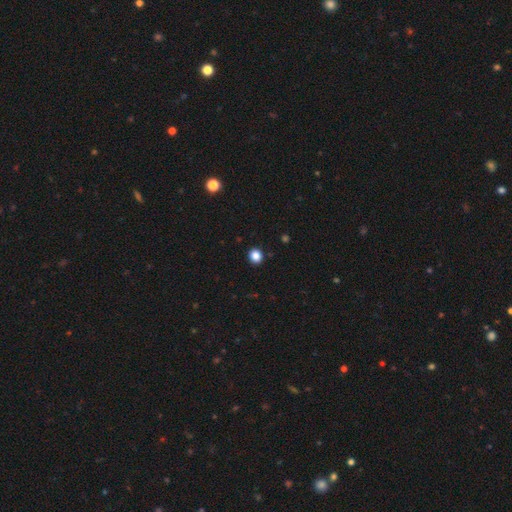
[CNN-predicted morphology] Smooth or featured: smooth — 86% (star or artifact — 11%)
How rounded: round — 81% (in between — 18%)
Merging: none — 92% (minor disturbance — 5%)